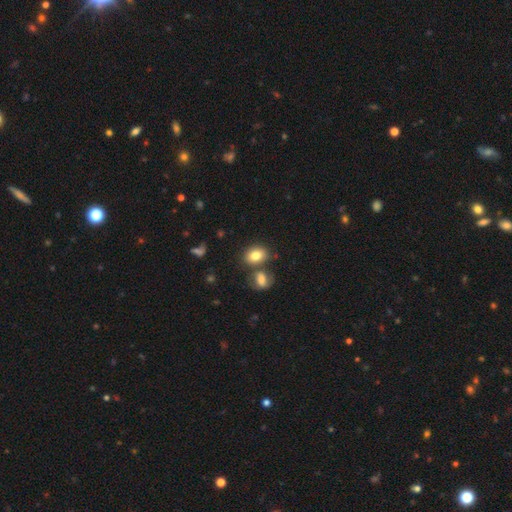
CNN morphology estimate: smooth 81%, featured or disk 10%, star or artifact 9%. Down the decision tree: how rounded — in between (66%); merging — none (61%).